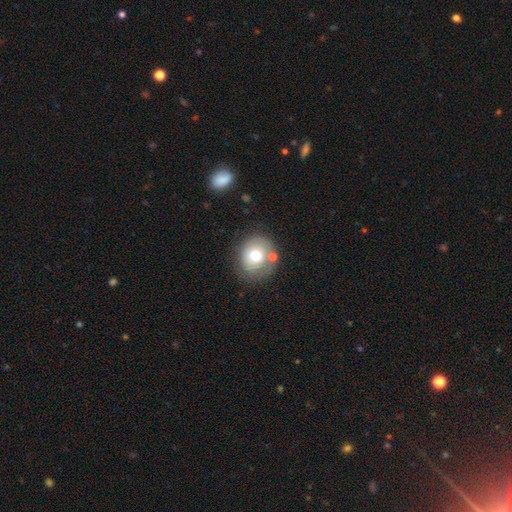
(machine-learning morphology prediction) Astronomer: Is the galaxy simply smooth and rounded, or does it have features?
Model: smooth — 69%.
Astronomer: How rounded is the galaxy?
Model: round — 77%.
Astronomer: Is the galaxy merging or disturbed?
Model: none — 66%.